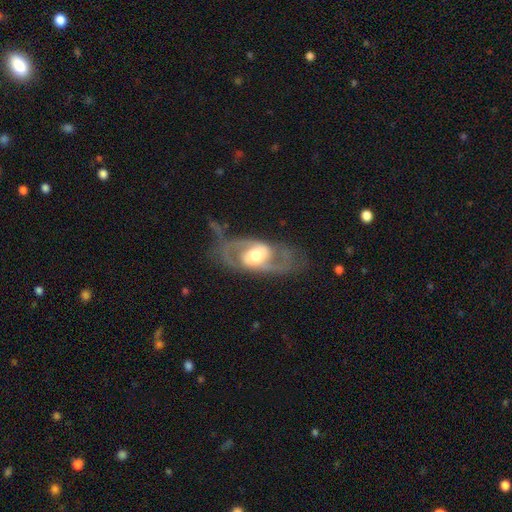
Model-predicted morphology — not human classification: Overall: featured or disk (82%). Edge-on disk: no (94%). Bar: no (42%; weak 37%). Spiral arms: yes (83%). Spiral arm count: 2 (88%). Spiral winding: medium (48%; loose 32%). Bulge size: moderate (62%; large 26%). Merging: none (63%).